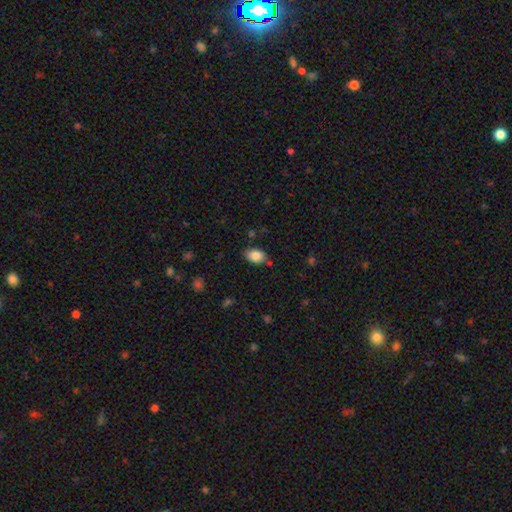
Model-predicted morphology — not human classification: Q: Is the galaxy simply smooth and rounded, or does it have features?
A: smooth — 85%.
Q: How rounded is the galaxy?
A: in between — 83%.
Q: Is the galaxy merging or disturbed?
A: none — 76%.